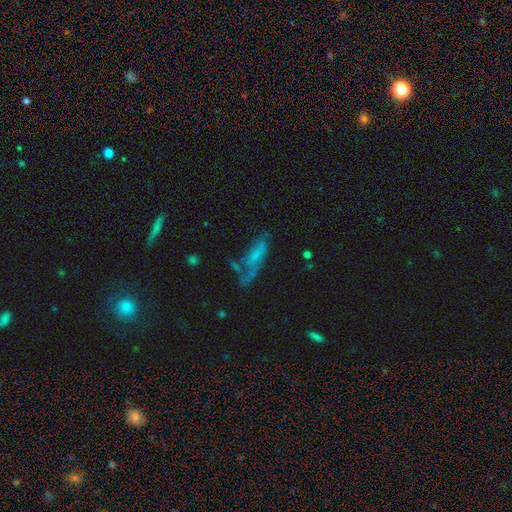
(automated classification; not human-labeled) Overall: featured or disk (46%; smooth 40%). Merging: none (37%; major disturbance 29%).